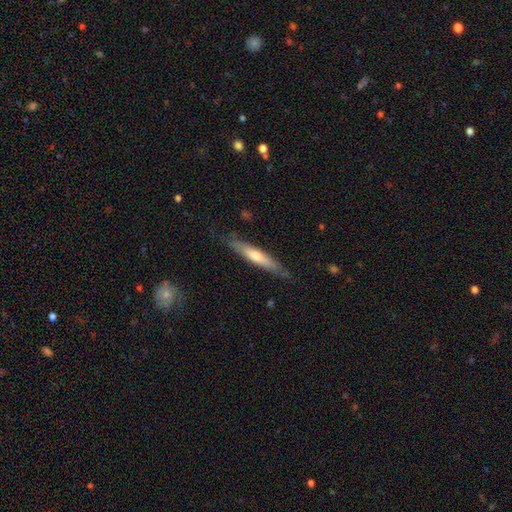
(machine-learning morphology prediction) A smooth galaxy with no disk features (49%). Merging: none (81%).